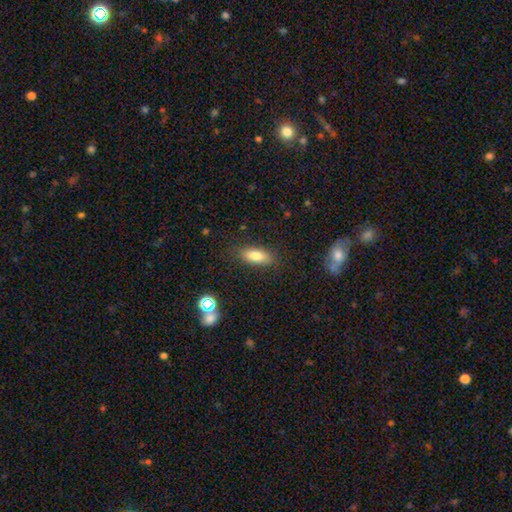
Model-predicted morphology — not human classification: type=smooth (81%); roundness=in between (77%); merging=none (84%).